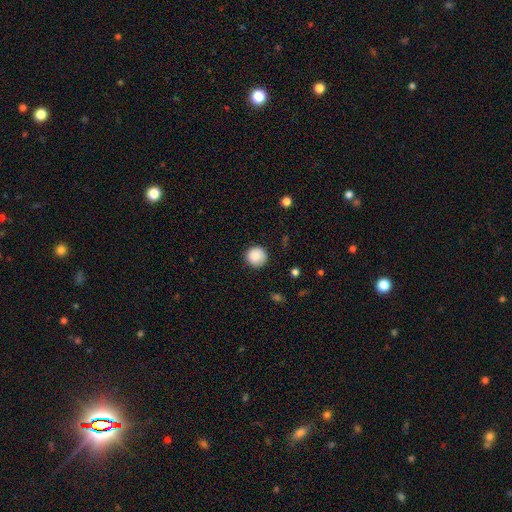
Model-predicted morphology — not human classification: A smooth galaxy with no disk features (88%) that is round (95%). Merging: none (89%).